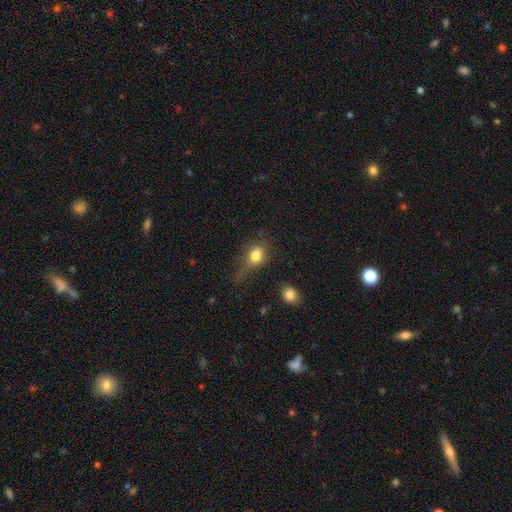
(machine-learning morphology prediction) Smooth or featured? smooth (78%)
How rounded? in between (62%)
Merging? none (34%)